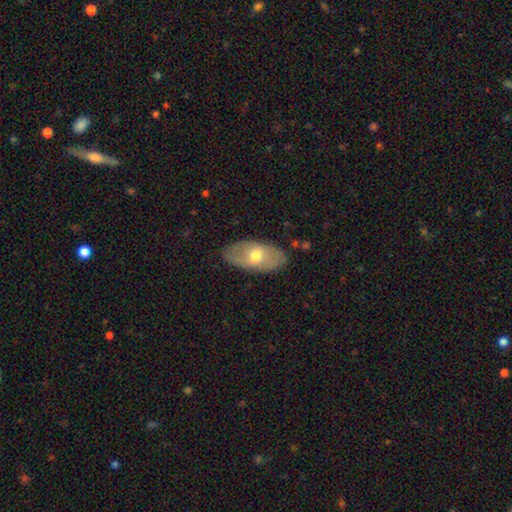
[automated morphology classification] Overall: smooth (52%; featured or disk 42%). How rounded: in between (92%). Merging: none (81%).